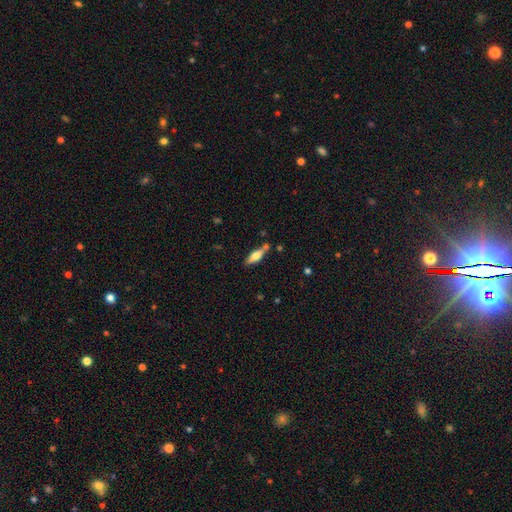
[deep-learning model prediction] This appears to be a smooth galaxy with no disk features (55%) that is cigar-shaped (50%). Merging: none (70%).